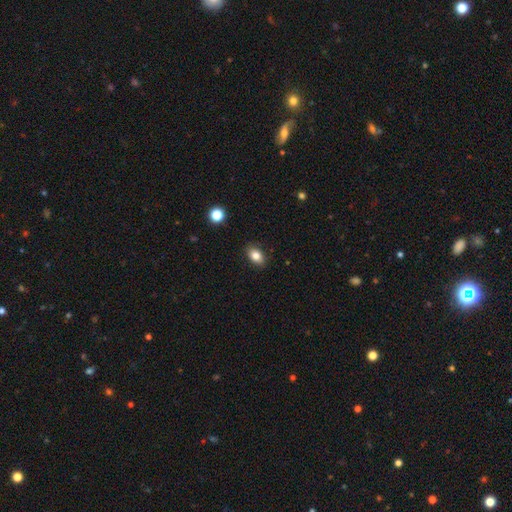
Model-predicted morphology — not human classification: smooth_or_featured: smooth (p=0.82) [alt: star or artifact p=0.09]
how_rounded: in between (p=0.85) [alt: round p=0.13]
merging: none (p=0.87) [alt: minor disturbance p=0.09]